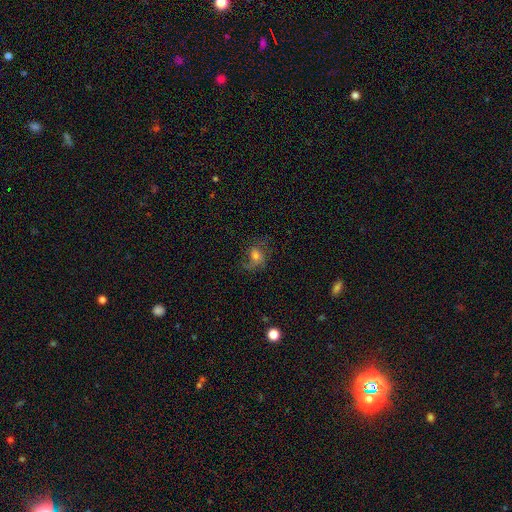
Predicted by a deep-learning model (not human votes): featured or disk 54%, smooth 31%, star or artifact 16%. Down the decision tree: edge-on disk — no (96%); bar — no (60%); spiral arms — yes (84%); bulge size — moderate (53%); merging — none (58%).